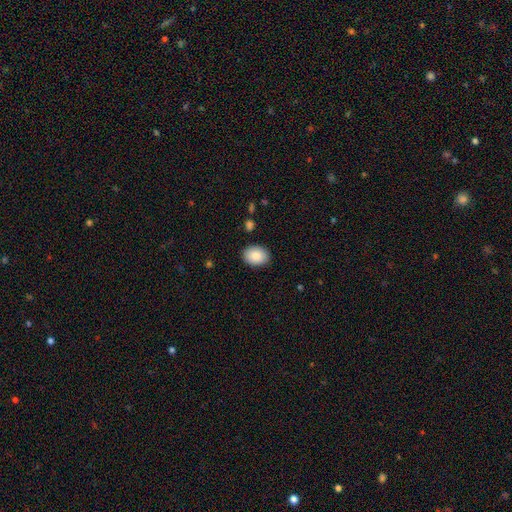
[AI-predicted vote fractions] This is clearly a smooth galaxy (87%). How rounded: likely in between (74%). Merging: clearly none (88%).